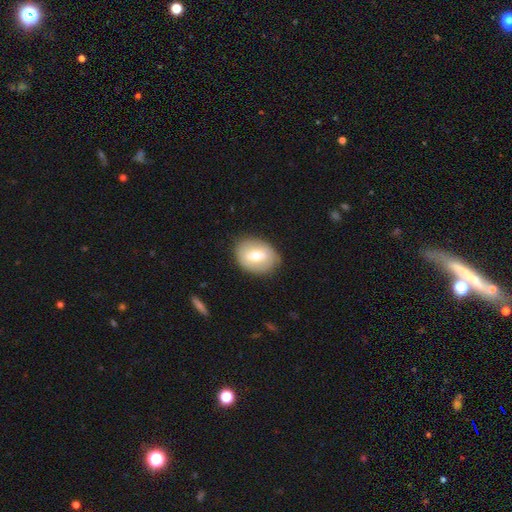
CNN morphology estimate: This is possibly a smooth galaxy (55%). How rounded: likely in between (65%). Merging: clearly none (82%).